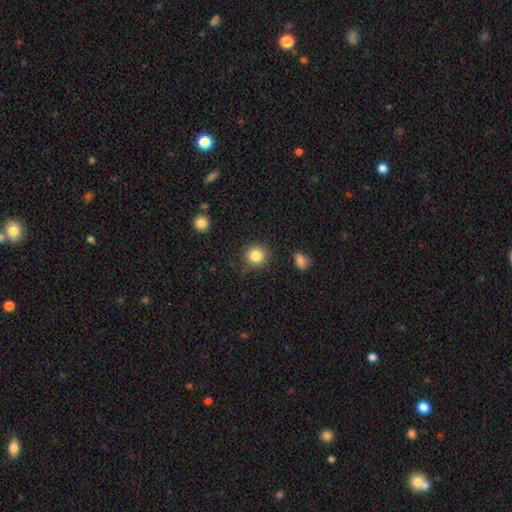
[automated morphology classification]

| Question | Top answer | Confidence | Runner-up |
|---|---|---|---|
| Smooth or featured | smooth | 85% | star or artifact (10%) |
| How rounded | round | 88% | in between (12%) |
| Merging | none | 83% | minor disturbance (11%) |